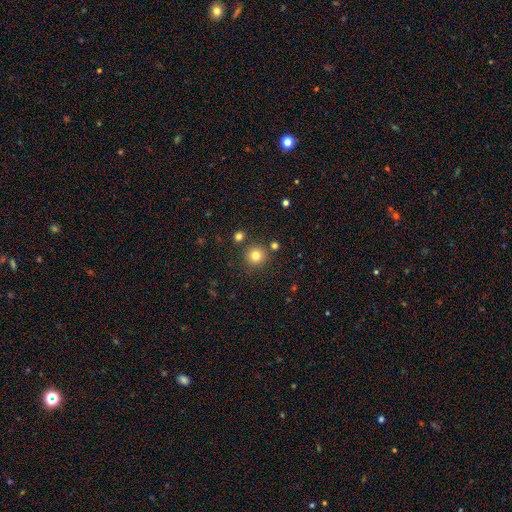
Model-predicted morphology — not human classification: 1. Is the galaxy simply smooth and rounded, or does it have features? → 79% smooth, 14% star or artifact, 7% featured or disk.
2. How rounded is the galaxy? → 94% round, 5% in between, 1% cigar-shaped.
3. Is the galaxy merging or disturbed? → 85% none, 7% minor disturbance, 6% merger, 3% major disturbance.